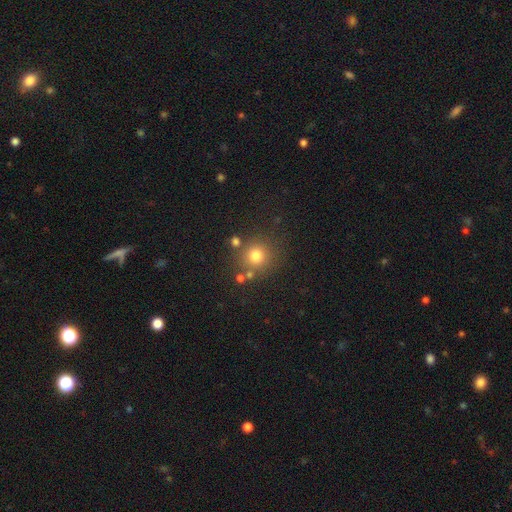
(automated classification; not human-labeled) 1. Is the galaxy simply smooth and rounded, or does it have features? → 76% smooth, 16% star or artifact, 8% featured or disk.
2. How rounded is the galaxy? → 91% round, 8% in between, 1% cigar-shaped.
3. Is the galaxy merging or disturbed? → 78% none, 10% minor disturbance, 9% merger, 4% major disturbance.